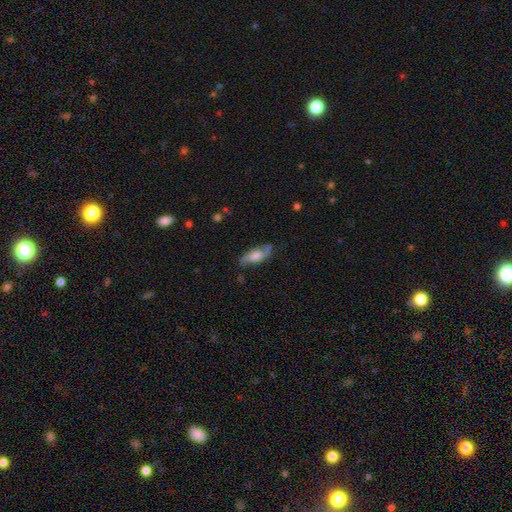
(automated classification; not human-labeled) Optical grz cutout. It shows a featured or disk galaxy (64%). Merging: none (73%).